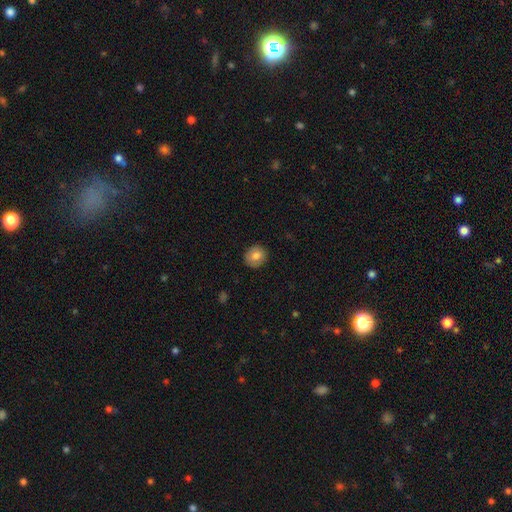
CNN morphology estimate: type=smooth (82%); roundness=round (85%); merging=none (88%).